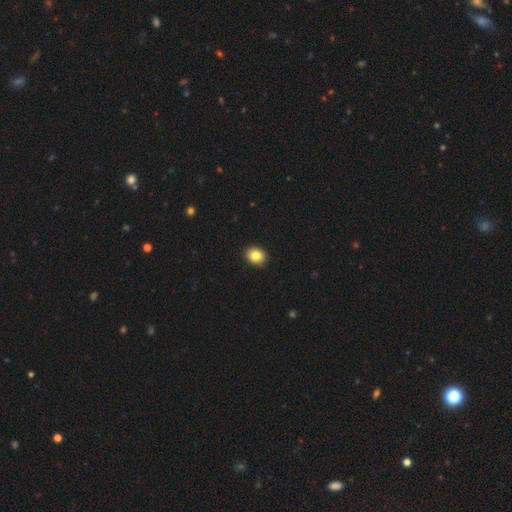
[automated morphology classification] type=smooth (83%); roundness=round (56%); merging=none (92%).